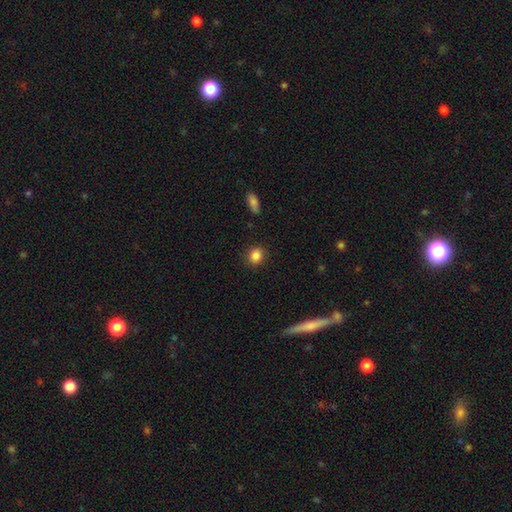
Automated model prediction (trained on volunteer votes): Morphology: type=smooth (86%); roundness=round (79%); merging=none (89%).